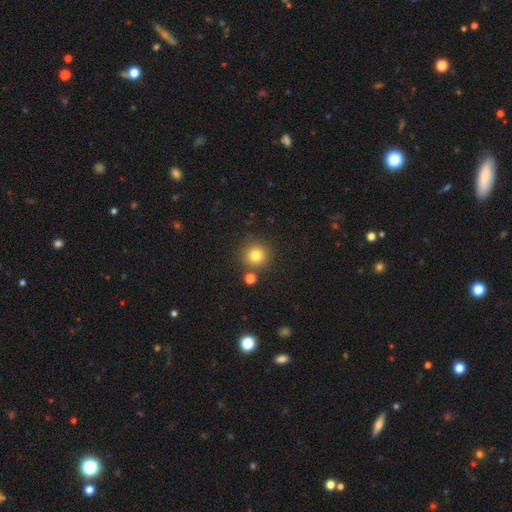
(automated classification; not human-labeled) Smooth or featured? Predicted: smooth (p=0.80). How rounded? Predicted: round (p=0.94). Merging? Predicted: none (p=0.82).